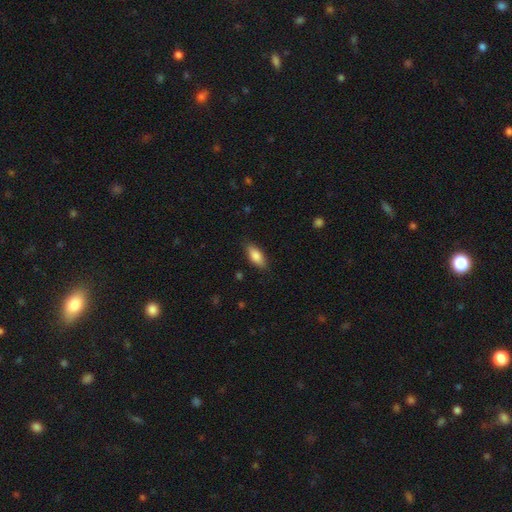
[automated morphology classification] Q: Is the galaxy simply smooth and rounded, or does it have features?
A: smooth — 84%.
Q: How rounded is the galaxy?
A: in between — 83%.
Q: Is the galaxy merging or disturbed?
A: none — 84%.